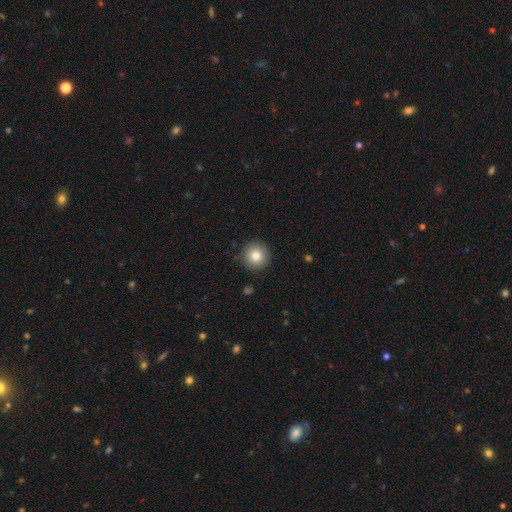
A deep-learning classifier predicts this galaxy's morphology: Smooth or featured: smooth — 82% (star or artifact — 10%)
How rounded: round — 95% (in between — 4%)
Merging: none — 91% (minor disturbance — 6%)